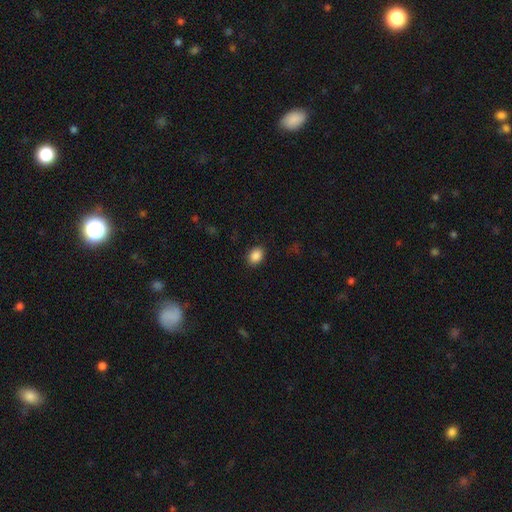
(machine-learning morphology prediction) The model was most divided on "how rounded": in between: 66%, round: 33%, cigar-shaped: 1%. More confident: smooth or featured — smooth (88%); merging — none (88%).